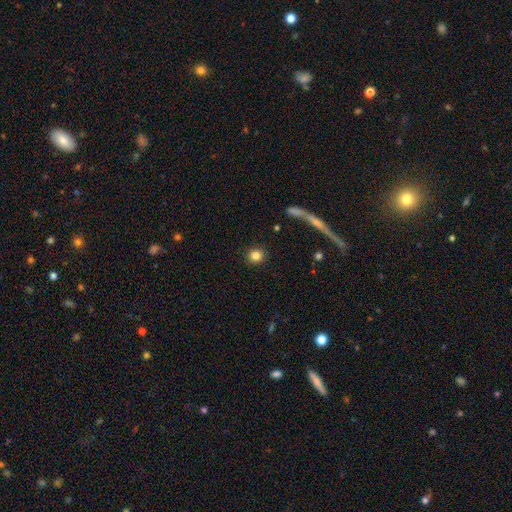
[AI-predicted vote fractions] A smooth galaxy with no disk features (83%) that is round (90%). Merging: none (91%).